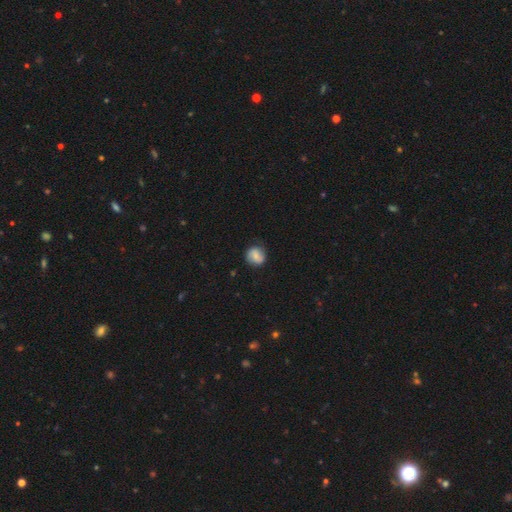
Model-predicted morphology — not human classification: smooth-or-featured: smooth: 60% | featured or disk: 32% | star or artifact: 8%
  how-rounded: round: 80% | in between: 18% | cigar-shaped: 1%
  merging: none: 78% | minor disturbance: 17% | major disturbance: 4% | merger: 1%